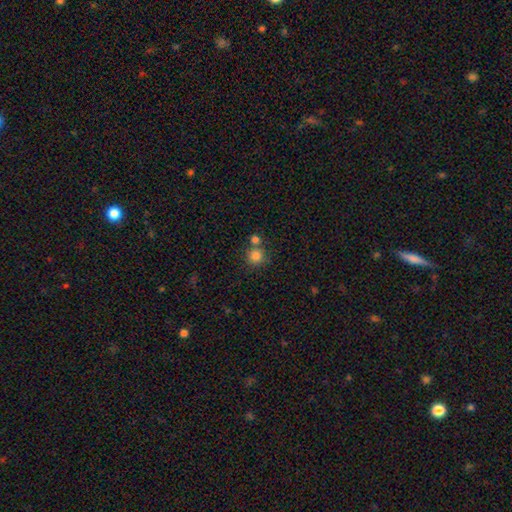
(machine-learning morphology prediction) smooth_or_featured: smooth (p=0.83) [alt: star or artifact p=0.12]
how_rounded: round (p=0.92) [alt: in between p=0.07]
merging: none (p=0.66) [alt: merger p=0.23]